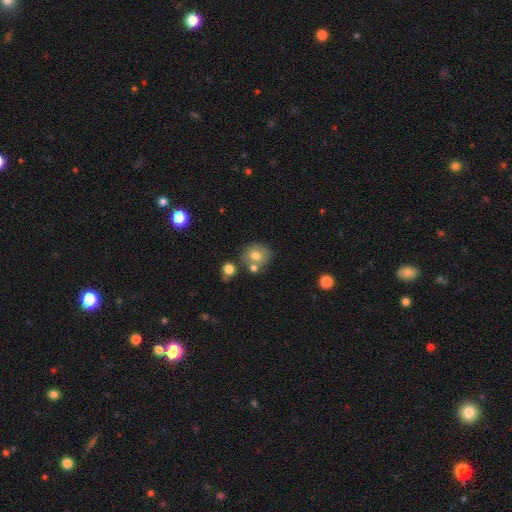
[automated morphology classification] A smooth galaxy with no disk features (72%) that is round (76%). Merging: none (57%).